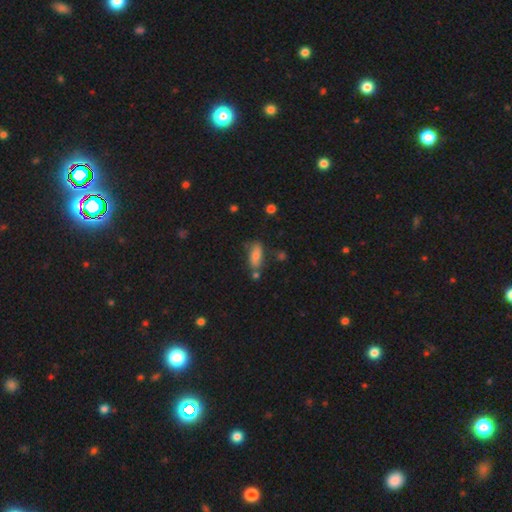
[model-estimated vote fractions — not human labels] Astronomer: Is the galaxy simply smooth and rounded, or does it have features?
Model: smooth — 72%.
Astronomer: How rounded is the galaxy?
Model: in between — 79%.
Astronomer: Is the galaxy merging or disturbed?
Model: none — 60%.